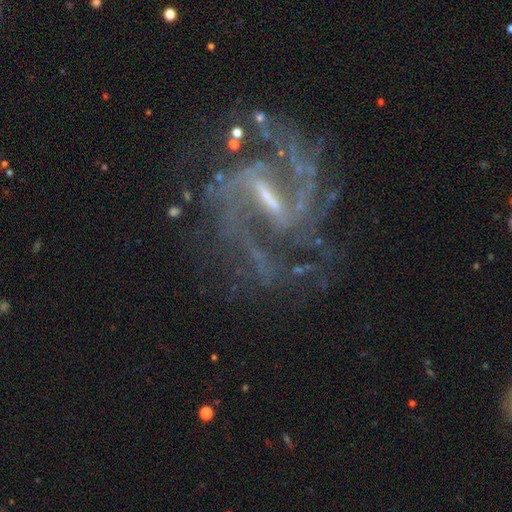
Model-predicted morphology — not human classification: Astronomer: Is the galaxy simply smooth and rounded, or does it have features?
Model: featured or disk — 89%.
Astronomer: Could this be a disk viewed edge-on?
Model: no — 97%.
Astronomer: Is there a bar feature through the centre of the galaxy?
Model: strong — 50% (runner-up: weak, 41%).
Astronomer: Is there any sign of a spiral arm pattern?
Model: yes — 96%.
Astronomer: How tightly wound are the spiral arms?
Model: medium — 53%.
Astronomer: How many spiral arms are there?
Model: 2 — 54%.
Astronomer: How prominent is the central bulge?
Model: small — 50% (runner-up: moderate, 26%).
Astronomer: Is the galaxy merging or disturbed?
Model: none — 62%.